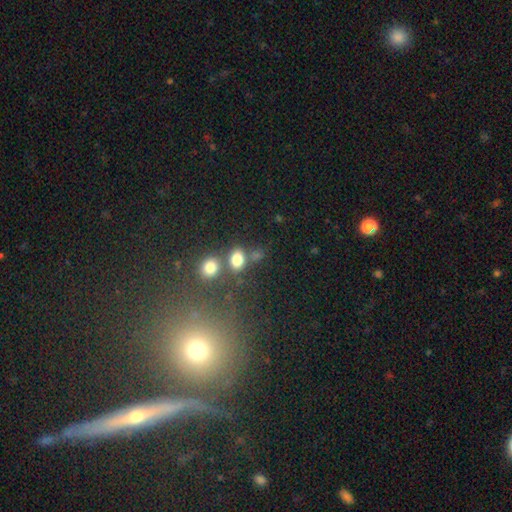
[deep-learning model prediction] This appears to be a smooth galaxy with no disk features (68%) that is in between round and cigar-shaped (49%, tied with round). Merging: none (63%).